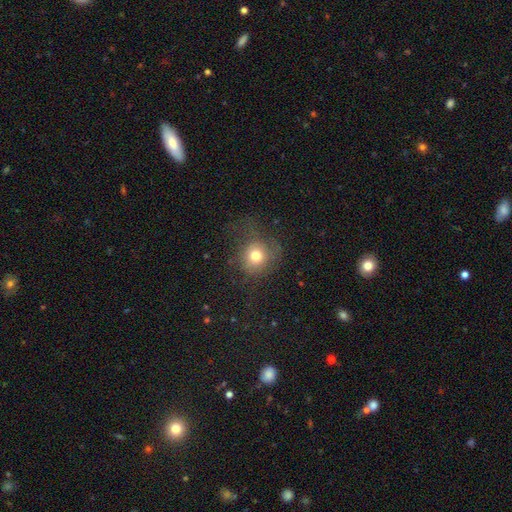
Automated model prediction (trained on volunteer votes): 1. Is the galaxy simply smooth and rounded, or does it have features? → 73% smooth, 13% star or artifact, 13% featured or disk.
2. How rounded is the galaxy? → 83% round, 16% in between, 1% cigar-shaped.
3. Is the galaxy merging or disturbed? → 57% none, 22% major disturbance, 20% minor disturbance, 2% merger.